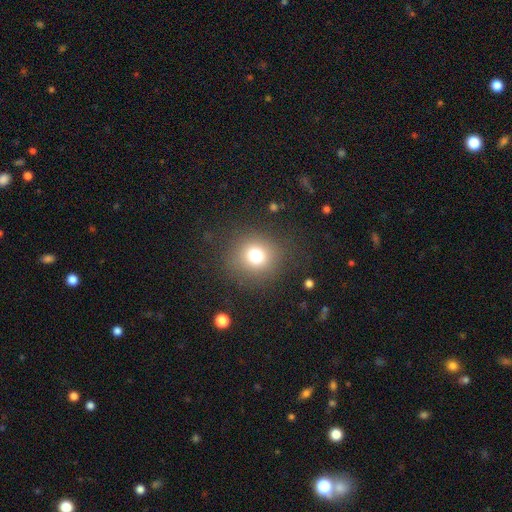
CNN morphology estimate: The model was most divided on "smooth or featured": smooth: 75%, star or artifact: 16%, featured or disk: 10%. More confident: how rounded — round (90%); merging — none (85%).